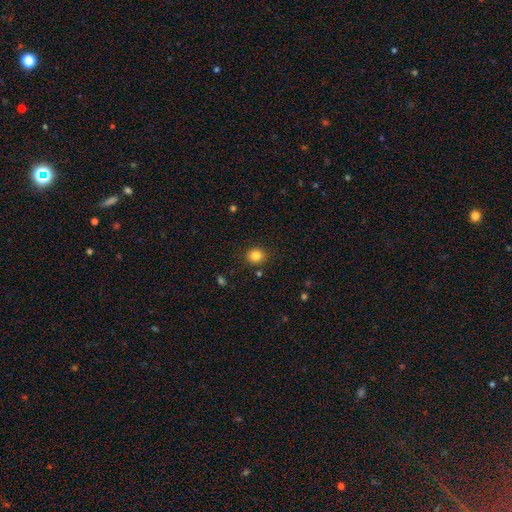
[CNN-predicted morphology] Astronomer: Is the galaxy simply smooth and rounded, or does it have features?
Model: smooth — 83%.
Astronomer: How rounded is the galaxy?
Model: round — 78%.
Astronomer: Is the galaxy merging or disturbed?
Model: none — 88%.